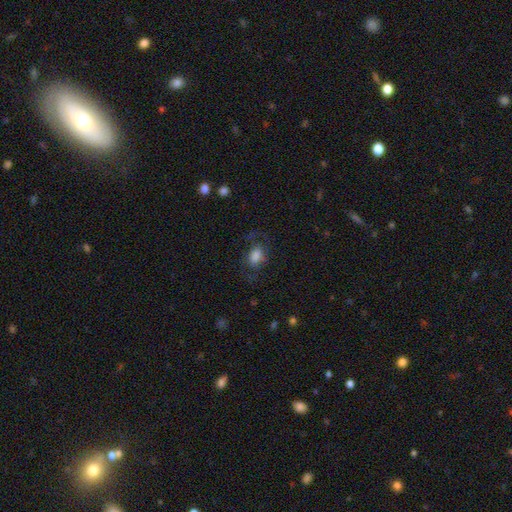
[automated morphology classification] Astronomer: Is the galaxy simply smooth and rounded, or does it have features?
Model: smooth — 72%.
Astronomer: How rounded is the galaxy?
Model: in between — 77%.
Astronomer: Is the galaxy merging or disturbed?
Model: none — 54%.